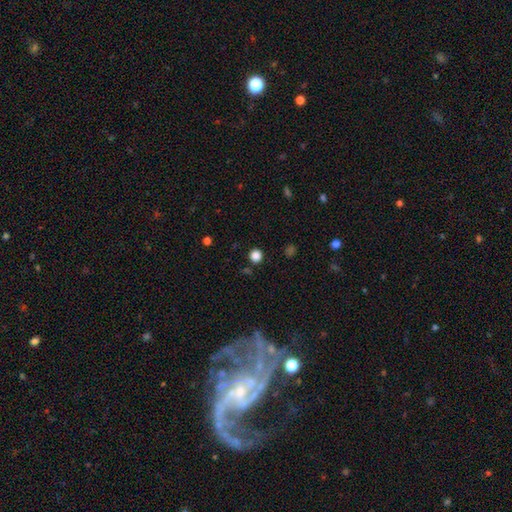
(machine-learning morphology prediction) Q: Smooth or featured?
A: smooth (84%); runner-up: star or artifact (13%)
Q: How rounded?
A: round (95%); runner-up: in between (4%)
Q: Merging?
A: none (90%); runner-up: minor disturbance (5%)